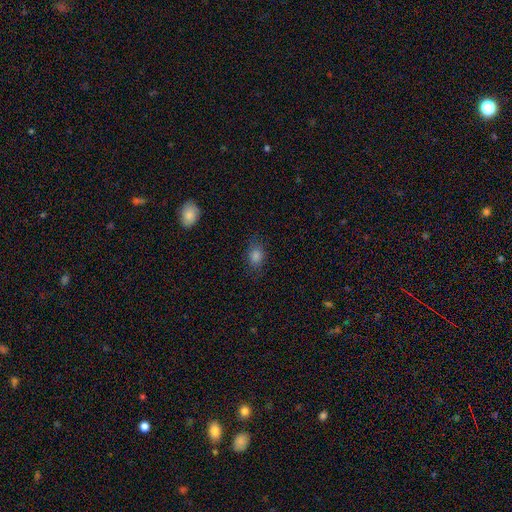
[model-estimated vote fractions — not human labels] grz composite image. It shows a smooth galaxy with no disk features (79%) that is in between round and cigar-shaped (66%). Merging: none (78%).